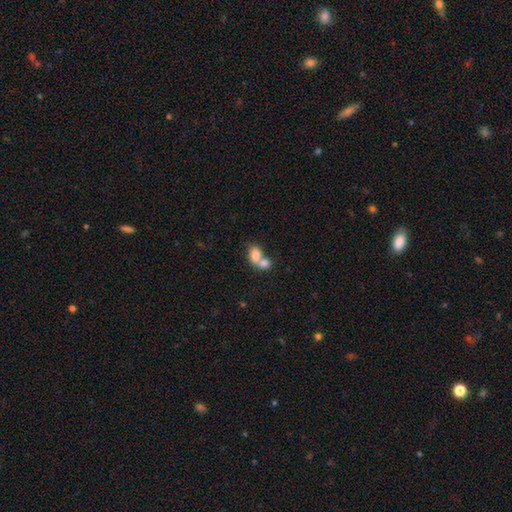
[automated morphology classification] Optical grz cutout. It shows a smooth galaxy with no disk features (76%) that is in between round and cigar-shaped (68%). Merging: merger (71%).